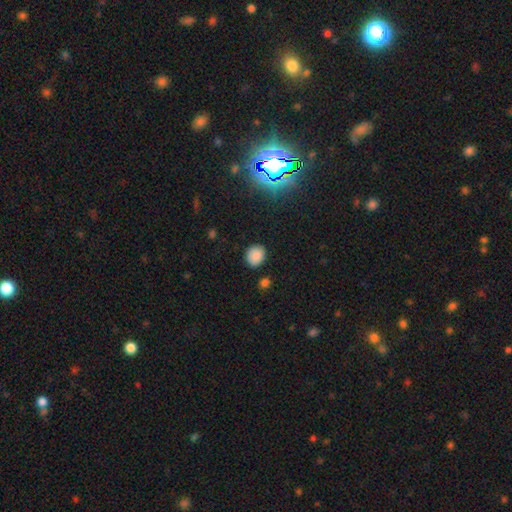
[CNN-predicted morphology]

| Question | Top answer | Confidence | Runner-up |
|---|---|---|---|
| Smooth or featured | smooth | 85% | star or artifact (10%) |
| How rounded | round | 70% | in between (29%) |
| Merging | none | 85% | minor disturbance (11%) |